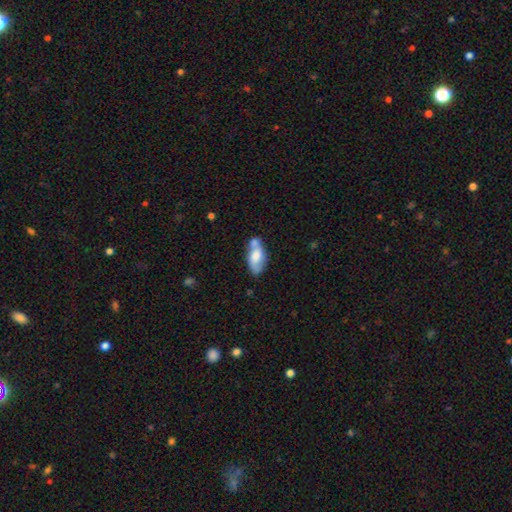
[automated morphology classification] A smooth galaxy with no disk features (61%) that is in between round and cigar-shaped (88%). Merging: none (37%).